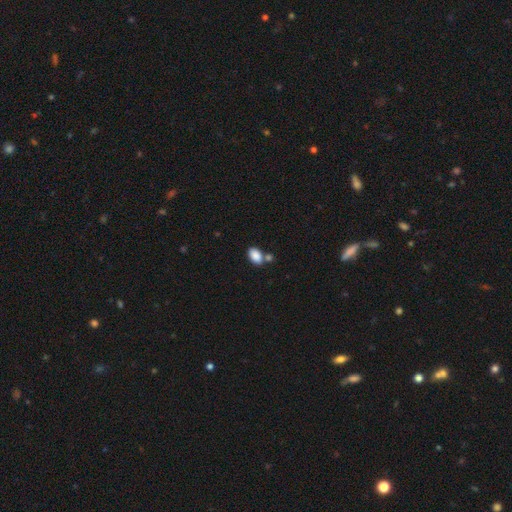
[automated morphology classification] This is clearly a smooth galaxy (87%). How rounded: clearly in between (90%). Merging: possibly none (57%).